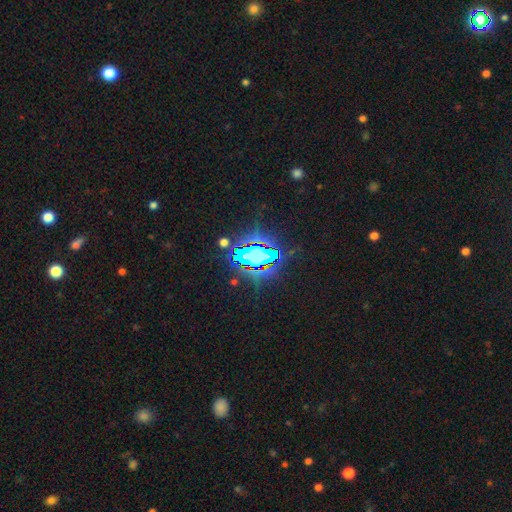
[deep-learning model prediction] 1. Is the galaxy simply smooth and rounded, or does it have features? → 64% star or artifact, 20% smooth, 16% featured or disk.